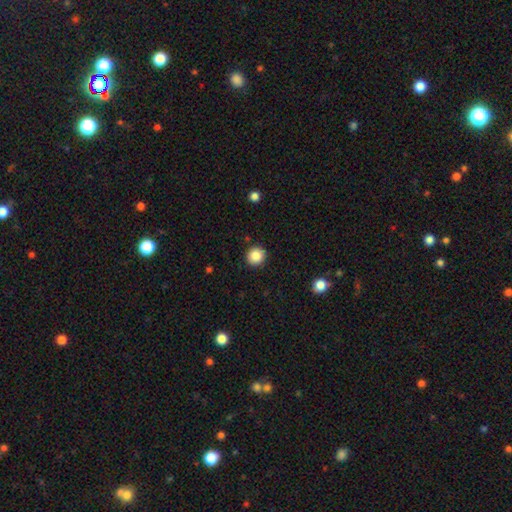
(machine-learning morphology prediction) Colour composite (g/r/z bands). It shows a smooth galaxy with no disk features (87%) that is round (92%). Merging: none (91%).